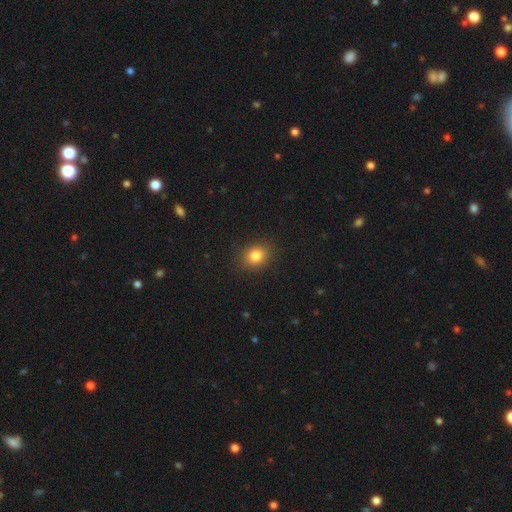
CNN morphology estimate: Smooth or featured?
  - smooth: 82% *
  - star or artifact: 11%
  - featured or disk: 6%
How rounded?
  - round: 51% *
  - in between: 48%
  - cigar-shaped: 1%
Merging?
  - none: 89% *
  - minor disturbance: 8%
  - major disturbance: 2%
  - merger: 1%